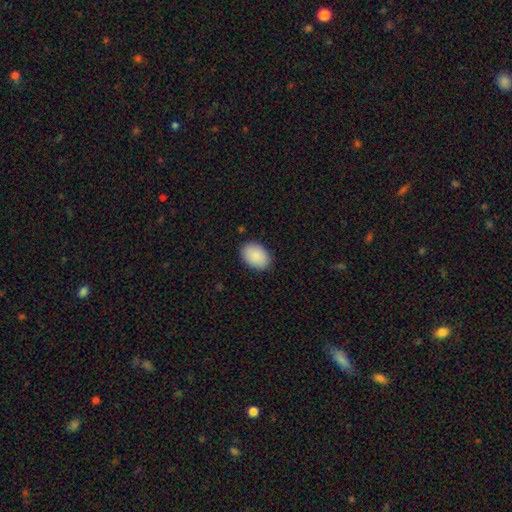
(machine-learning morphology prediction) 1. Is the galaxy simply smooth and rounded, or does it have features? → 90% smooth, 6% star or artifact, 4% featured or disk.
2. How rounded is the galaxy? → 85% in between, 14% round, 1% cigar-shaped.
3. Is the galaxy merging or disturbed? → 89% none, 8% minor disturbance, 2% major disturbance, 1% merger.